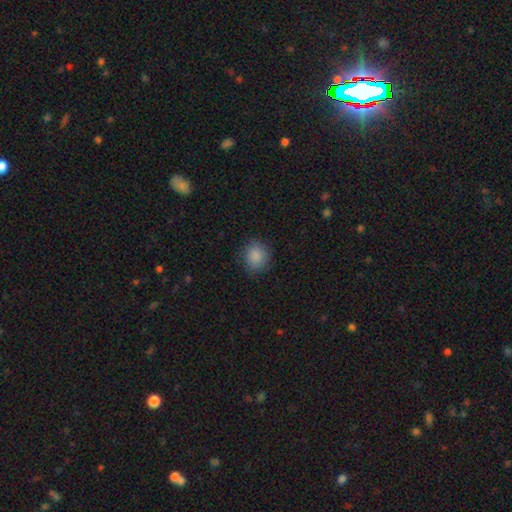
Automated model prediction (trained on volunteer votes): smooth_or_featured: smooth (p=0.88) [alt: star or artifact p=0.09]
how_rounded: round (p=0.73) [alt: in between p=0.26]
merging: none (p=0.84) [alt: minor disturbance p=0.12]